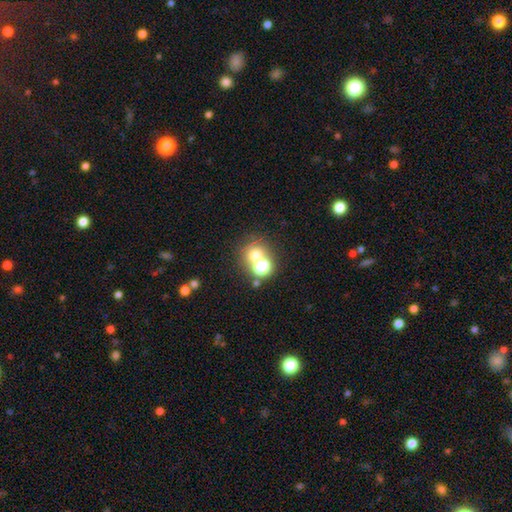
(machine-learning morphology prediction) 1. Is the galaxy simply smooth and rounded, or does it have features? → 63% smooth, 23% star or artifact, 14% featured or disk.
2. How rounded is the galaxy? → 83% round, 16% in between, 1% cigar-shaped.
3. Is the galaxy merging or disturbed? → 51% none, 37% merger, 7% minor disturbance, 4% major disturbance.